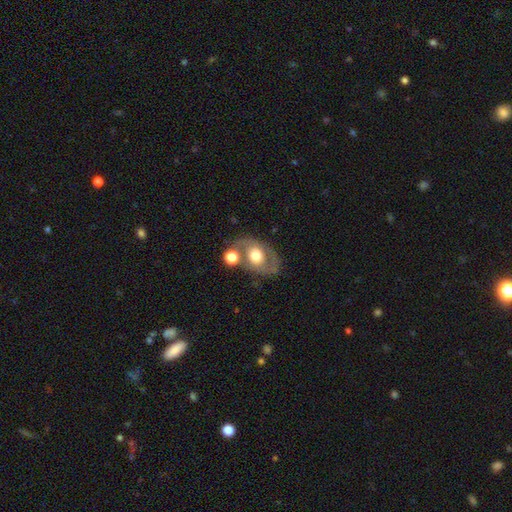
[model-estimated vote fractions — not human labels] The model was most divided on "spiral arms": yes: 51%, no: 49%. More confident: edge-on disk — no (94%); bar — no (78%); merging — none (60%); smooth or featured — featured or disk (58%); bulge size — moderate (54%).